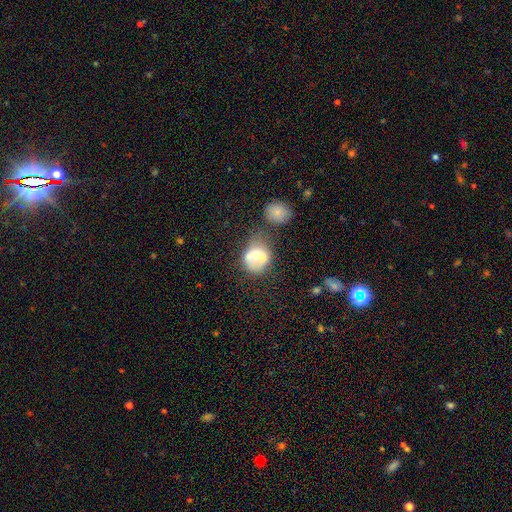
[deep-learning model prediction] Smooth or featured?
  - smooth: 56% *
  - featured or disk: 35%
  - star or artifact: 10%
How rounded?
  - round: 56% *
  - in between: 43%
  - cigar-shaped: 1%
Merging?
  - merger: 40% *
  - none: 27%
  - minor disturbance: 18%
  - major disturbance: 16%